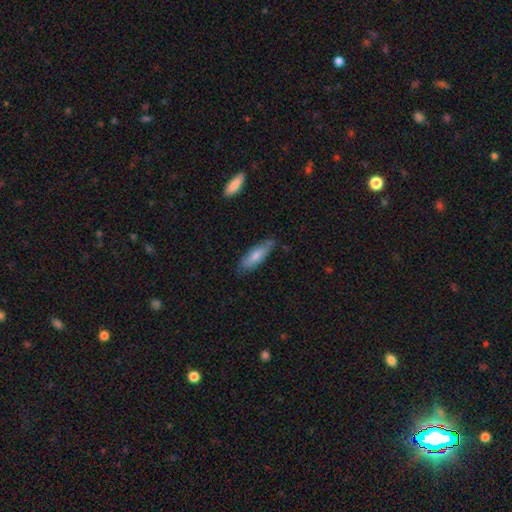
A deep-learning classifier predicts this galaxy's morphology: Smooth or featured?
  - smooth: 71% *
  - featured or disk: 23%
  - star or artifact: 6%
How rounded?
  - in between: 59% *
  - cigar-shaped: 40%
  - round: 2%
Merging?
  - none: 68% *
  - minor disturbance: 25%
  - major disturbance: 4%
  - merger: 3%